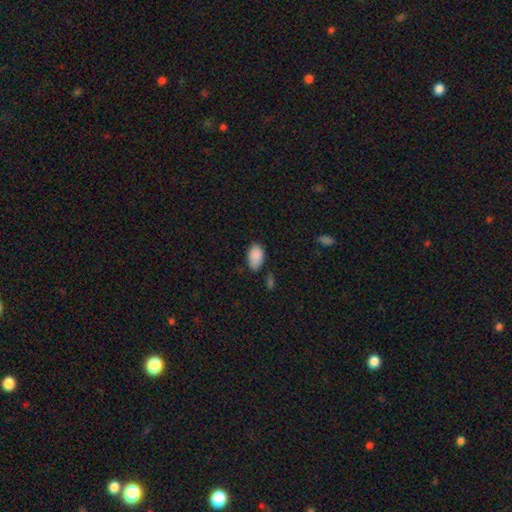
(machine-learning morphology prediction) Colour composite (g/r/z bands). It shows a smooth galaxy with no disk features (88%) that is in between round and cigar-shaped (92%). Merging: none (63%).